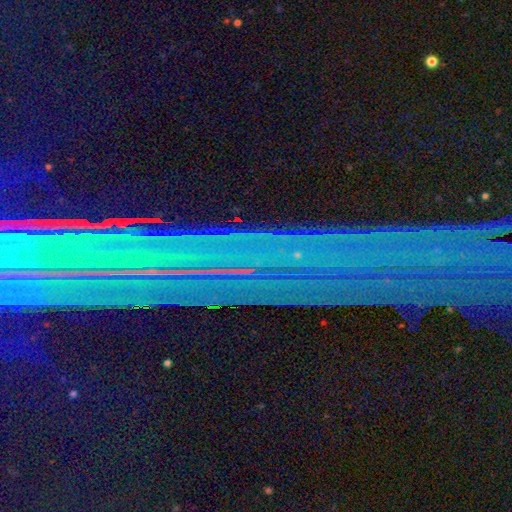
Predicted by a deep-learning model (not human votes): smooth-or-featured: star or artifact: 83% | featured or disk: 10% | smooth: 8%